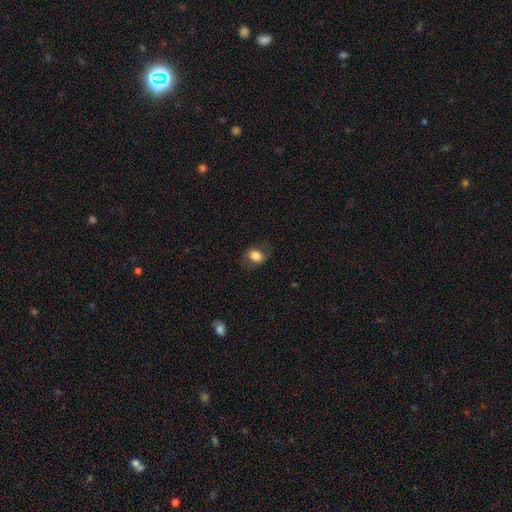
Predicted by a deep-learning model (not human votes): Overall: smooth (78%). How rounded: in between (61%; round 38%). Merging: none (73%).